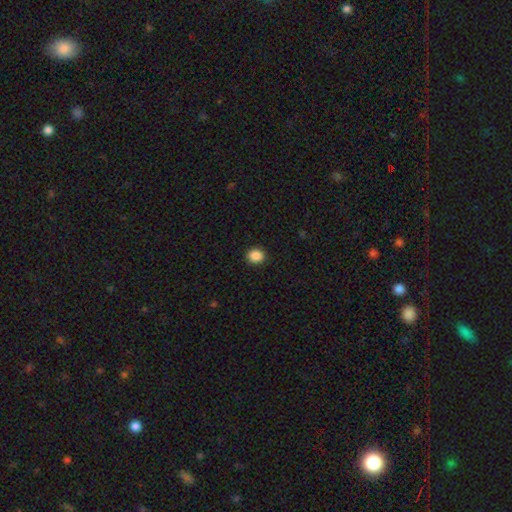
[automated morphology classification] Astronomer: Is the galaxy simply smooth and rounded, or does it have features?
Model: smooth — 88%.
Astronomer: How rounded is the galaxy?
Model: round — 67%.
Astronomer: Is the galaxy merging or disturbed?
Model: none — 91%.